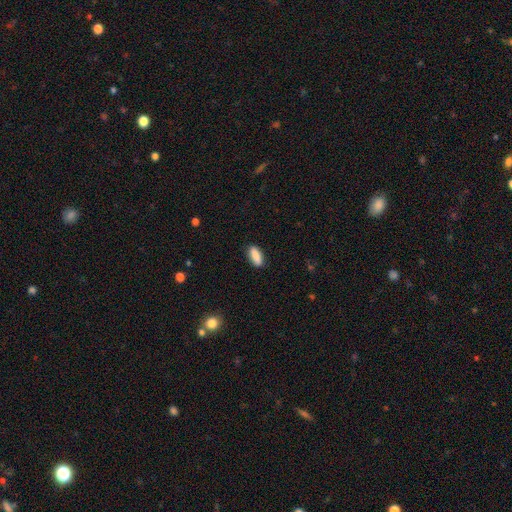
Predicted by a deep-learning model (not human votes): Overall: smooth (87%). How rounded: in between (77%). Merging: none (86%).